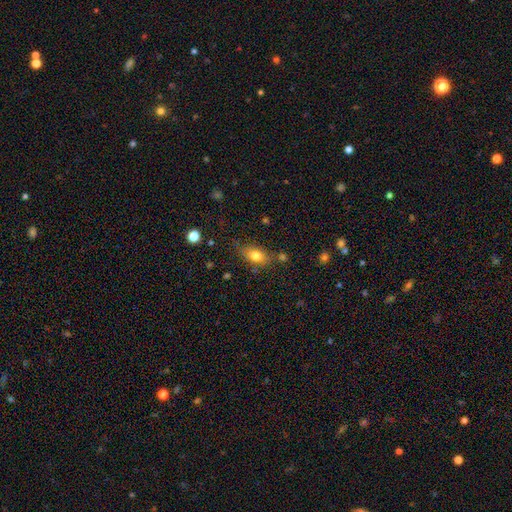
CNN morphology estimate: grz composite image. It shows a smooth galaxy with no disk features (79%) that is in between round and cigar-shaped (82%). Merging: none (72%).